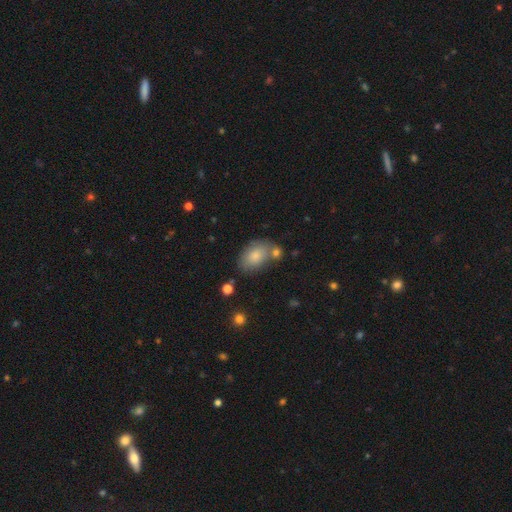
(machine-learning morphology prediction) Overall: smooth (82%). How rounded: in between (89%). Merging: none (62%).